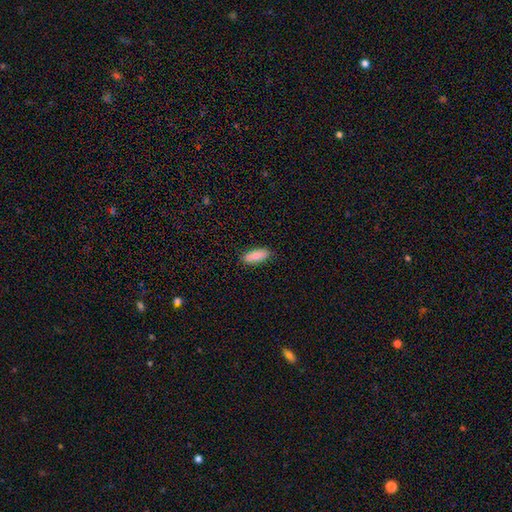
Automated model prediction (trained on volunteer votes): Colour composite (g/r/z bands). It shows a smooth galaxy with no disk features (86%) that is in between round and cigar-shaped (74%). Merging: none (87%).